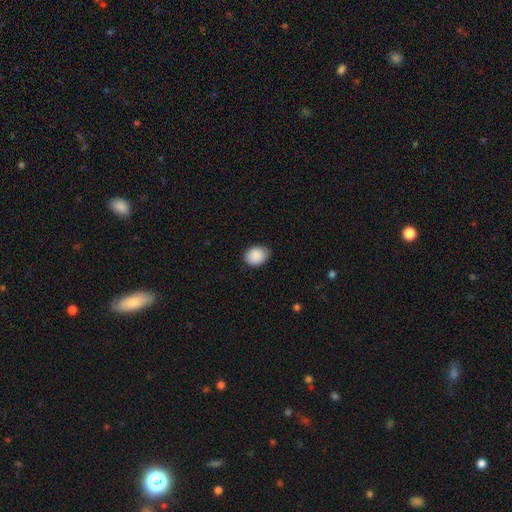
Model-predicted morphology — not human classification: Smooth or featured?
  - smooth: 90% *
  - star or artifact: 7%
  - featured or disk: 3%
How rounded?
  - in between: 55% *
  - round: 44%
  - cigar-shaped: 1%
Merging?
  - none: 81% *
  - minor disturbance: 15%
  - major disturbance: 3%
  - merger: 1%